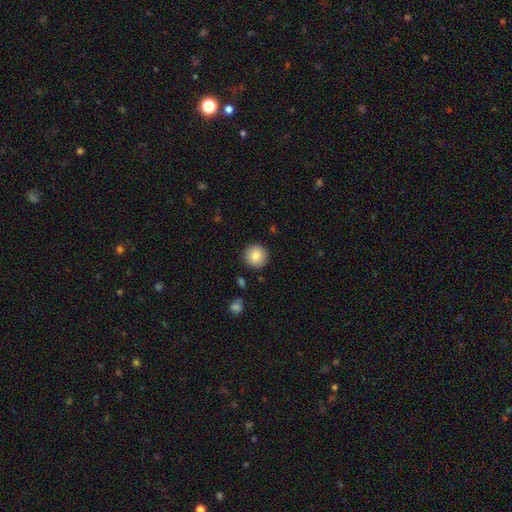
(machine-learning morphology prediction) Overall: smooth (85%). How rounded: round (95%). Merging: none (91%).